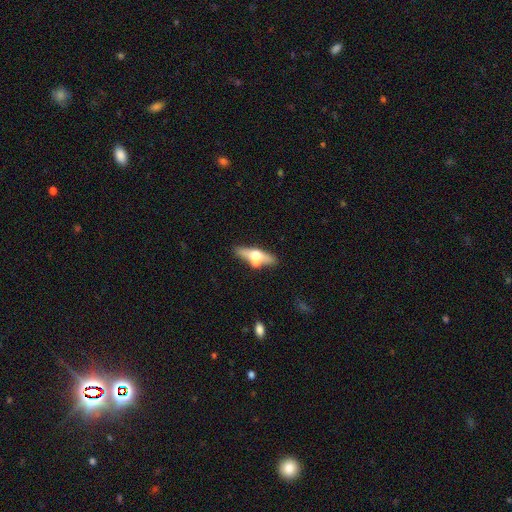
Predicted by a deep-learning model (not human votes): A featured or disk galaxy (54%) viewed edge-on (76%).

Vote fractions:
- Smooth or featured? featured or disk: 54% / smooth: 39% / star or artifact: 7%
- Edge-on disk? yes: 76% / no: 24%
- Merging? none: 50% / merger: 29% / minor disturbance: 14% / major disturbance: 7%